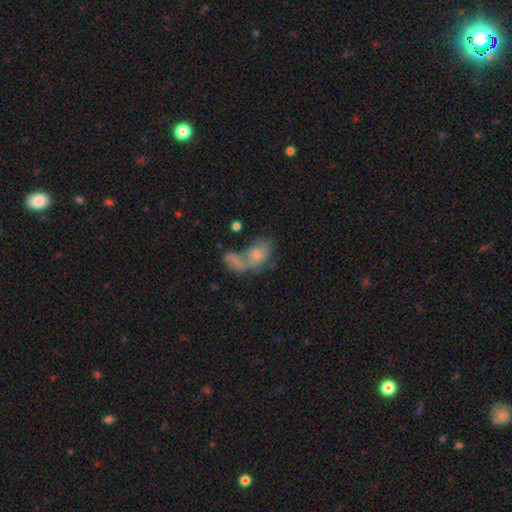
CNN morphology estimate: Q: Smooth or featured?
A: smooth (65%); runner-up: featured or disk (24%)
Q: How rounded?
A: in between (81%); runner-up: round (16%)
Q: Merging?
A: merger (58%); runner-up: none (19%)